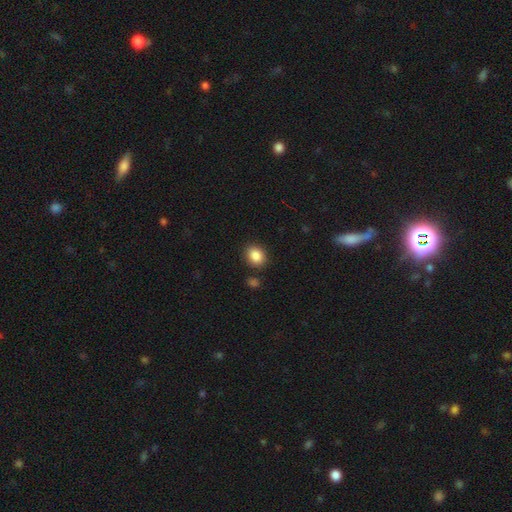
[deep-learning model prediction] smooth 87%, star or artifact 9%, featured or disk 4%. Down the decision tree: how rounded — round (51%); merging — none (86%).